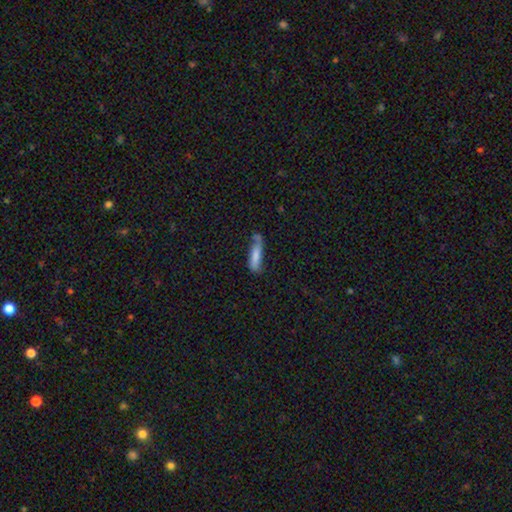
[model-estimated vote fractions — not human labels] Smooth or featured?
  - smooth: 75% *
  - featured or disk: 18%
  - star or artifact: 7%
How rounded?
  - cigar-shaped: 73% *
  - in between: 25%
  - round: 2%
Merging?
  - none: 47% *
  - minor disturbance: 31%
  - major disturbance: 12%
  - merger: 10%